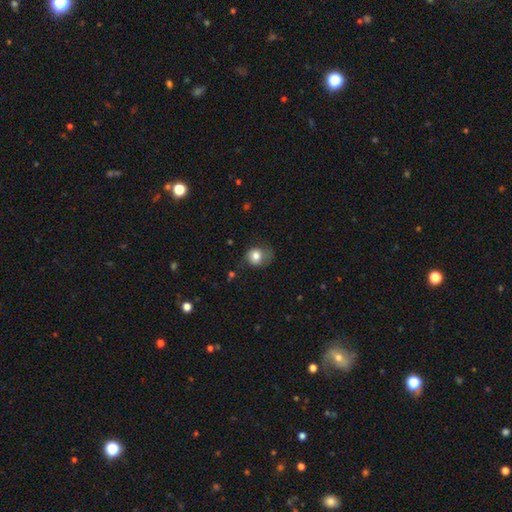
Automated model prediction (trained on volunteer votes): Smooth or featured? Predicted: smooth (p=0.76). How rounded? Predicted: round (p=0.66). Merging? Predicted: none (p=0.51).